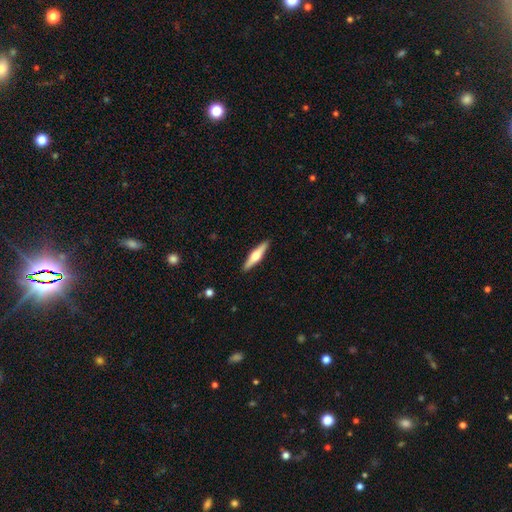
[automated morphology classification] smooth-or-featured: featured or disk: 60% | smooth: 35% | star or artifact: 5%
  disk-edge-on: yes: 97% | no: 3%
    edge-on-bulge: rounded: 92% | boxy: 5% | none: 3%
  merging: none: 91% | minor disturbance: 6% | major disturbance: 1% | merger: 1%